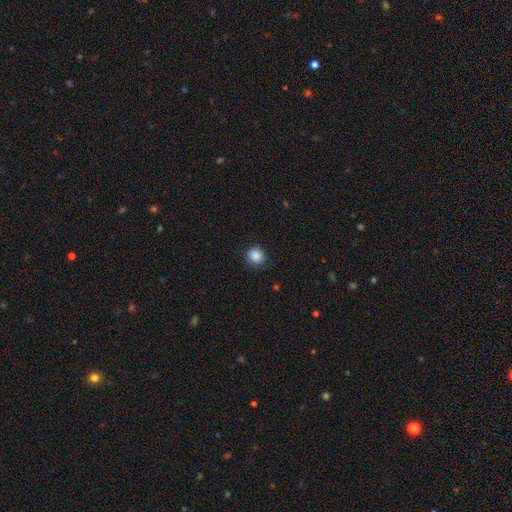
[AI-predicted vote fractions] Smooth or featured: smooth — 87% (star or artifact — 9%)
How rounded: round — 84% (in between — 15%)
Merging: none — 86% (minor disturbance — 10%)